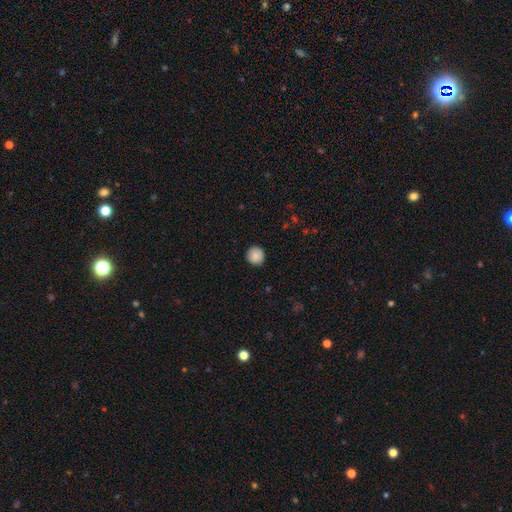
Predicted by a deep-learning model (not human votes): This appears to be a smooth galaxy with no disk features (87%) that is round (91%). Merging: none (89%).